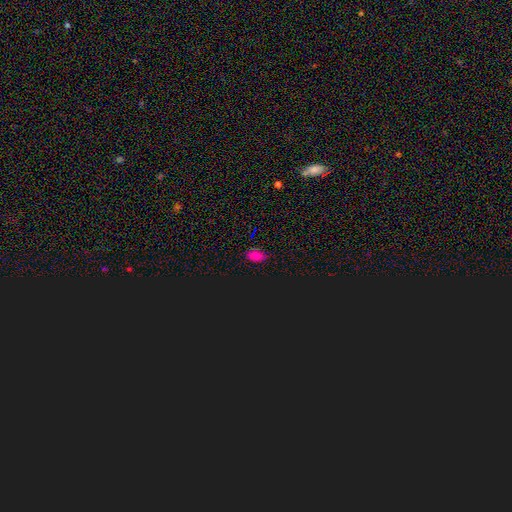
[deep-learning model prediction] smooth-or-featured: smooth: 58% | star or artifact: 35% | featured or disk: 6%
  how-rounded: in between: 84% | round: 13% | cigar-shaped: 3%
  merging: none: 81% | minor disturbance: 14% | major disturbance: 3% | merger: 2%